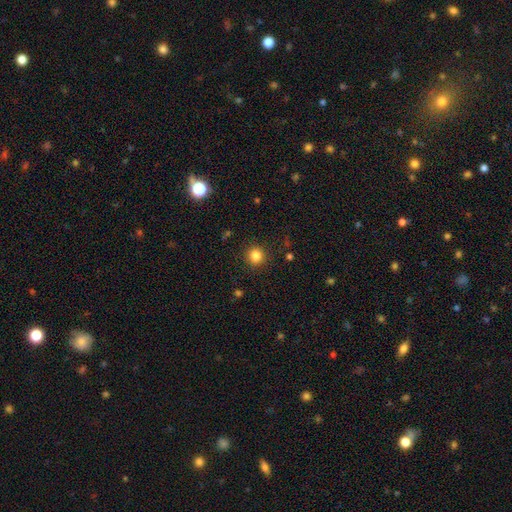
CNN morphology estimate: Q: Smooth or featured?
A: smooth (83%); runner-up: star or artifact (12%)
Q: How rounded?
A: round (93%); runner-up: in between (6%)
Q: Merging?
A: none (91%); runner-up: minor disturbance (6%)